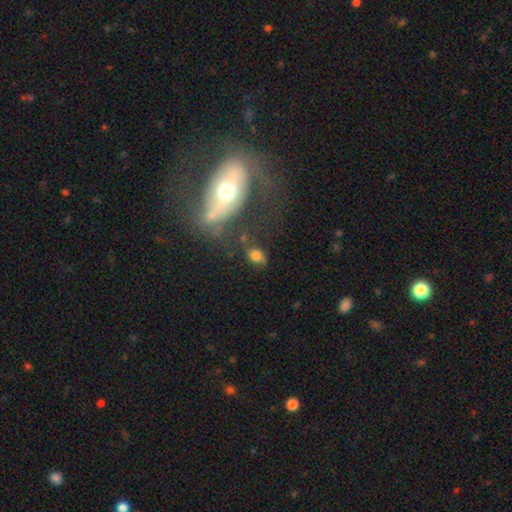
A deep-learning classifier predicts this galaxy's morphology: Smooth or featured? smooth (62%)
How rounded? in between (63%)
Merging? none (52%)